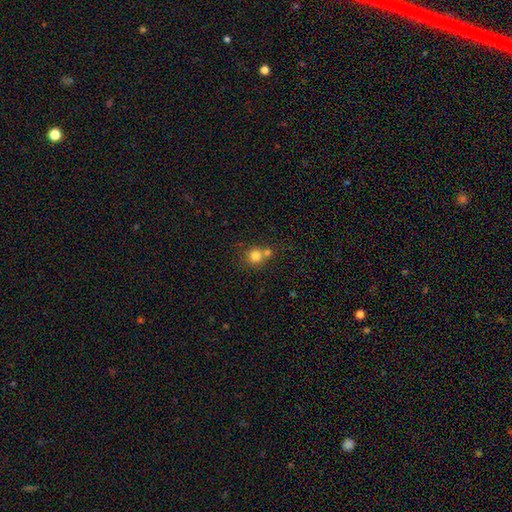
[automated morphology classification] Q: Smooth or featured?
A: smooth (79%); runner-up: star or artifact (12%)
Q: How rounded?
A: round (89%); runner-up: in between (10%)
Q: Merging?
A: none (47%); runner-up: merger (42%)